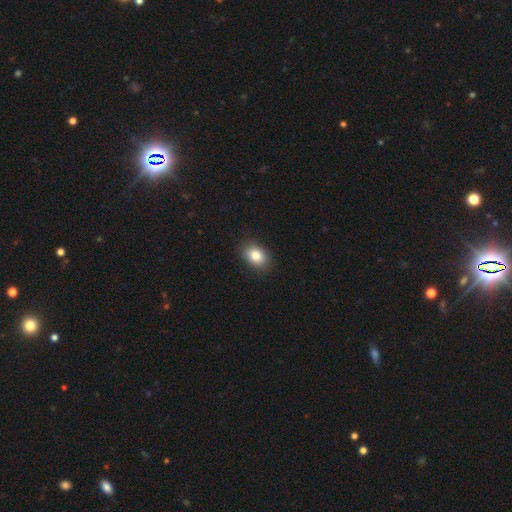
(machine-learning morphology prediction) Q: Smooth or featured?
A: smooth (83%); runner-up: star or artifact (9%)
Q: How rounded?
A: in between (79%); runner-up: round (20%)
Q: Merging?
A: none (88%); runner-up: minor disturbance (9%)